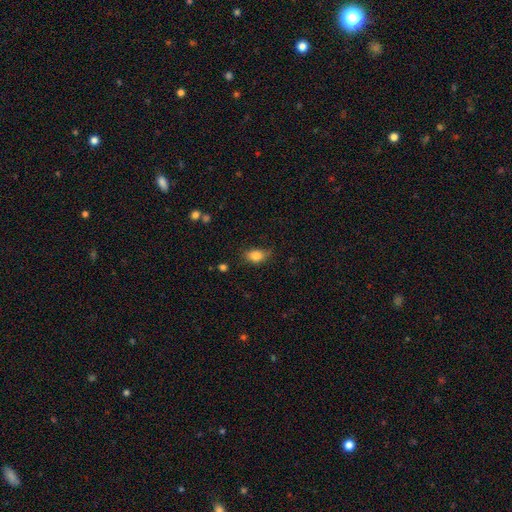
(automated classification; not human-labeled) Morphology: type=smooth (84%); roundness=in between (78%); merging=none (71%).